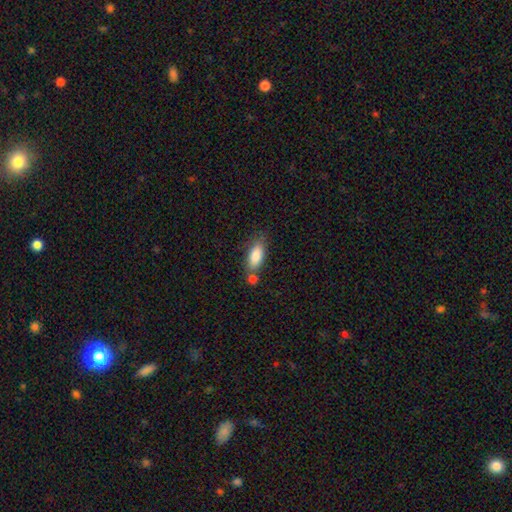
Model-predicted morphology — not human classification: Smooth or featured? Predicted: smooth (p=0.84). How rounded? Predicted: in between (p=0.82). Merging? Predicted: none (p=0.56).